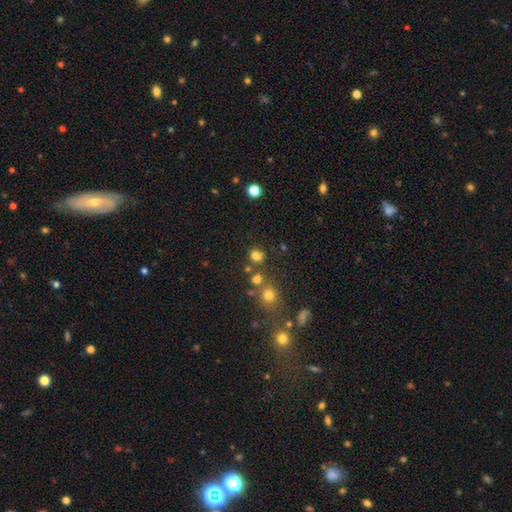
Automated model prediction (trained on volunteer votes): Smooth or featured?
  - smooth: 71% *
  - star or artifact: 20%
  - featured or disk: 9%
How rounded?
  - round: 78% *
  - in between: 21%
  - cigar-shaped: 1%
Merging?
  - none: 61% *
  - merger: 21%
  - minor disturbance: 12%
  - major disturbance: 5%